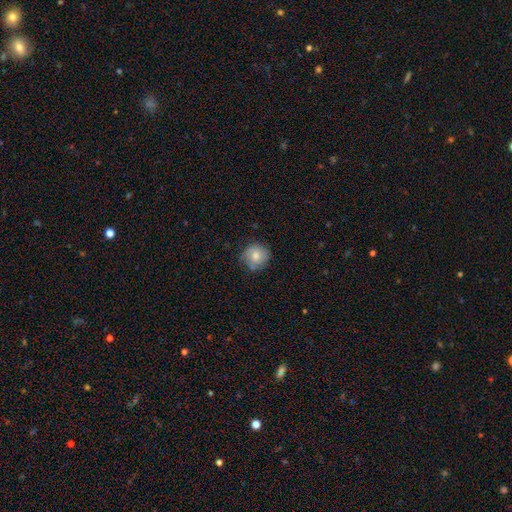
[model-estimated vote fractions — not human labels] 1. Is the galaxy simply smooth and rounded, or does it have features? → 72% smooth, 20% featured or disk, 8% star or artifact.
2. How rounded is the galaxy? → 89% round, 10% in between, 1% cigar-shaped.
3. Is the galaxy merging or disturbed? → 74% none, 20% minor disturbance, 4% major disturbance, 1% merger.